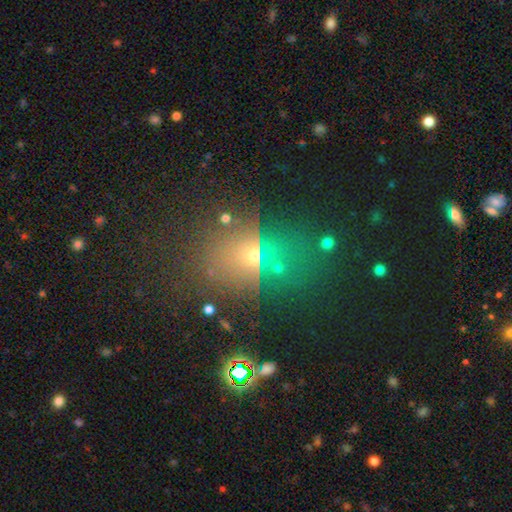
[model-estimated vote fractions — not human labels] Smooth or featured: smooth — 42% (star or artifact — 41%)
Merging: none — 60% (minor disturbance — 17%)